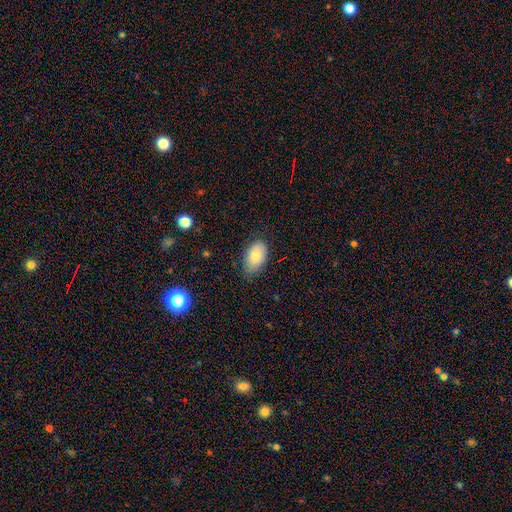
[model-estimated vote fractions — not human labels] Smooth or featured?
  - smooth: 80% *
  - featured or disk: 12%
  - star or artifact: 8%
How rounded?
  - in between: 92% *
  - round: 6%
  - cigar-shaped: 1%
Merging?
  - none: 74% *
  - minor disturbance: 21%
  - major disturbance: 4%
  - merger: 1%